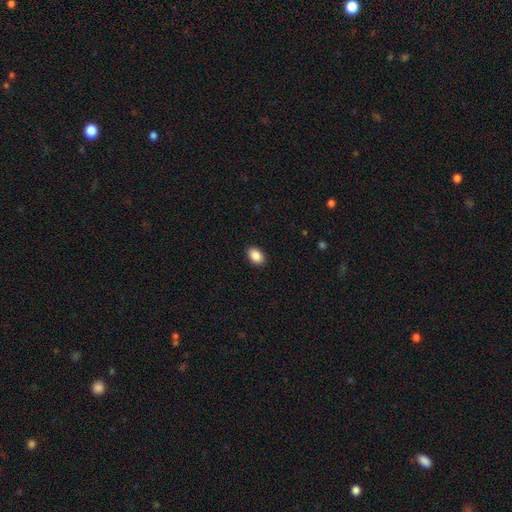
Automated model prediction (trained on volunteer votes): This appears to be a smooth galaxy with no disk features (89%) that is in between round and cigar-shaped (85%). Merging: none (90%).